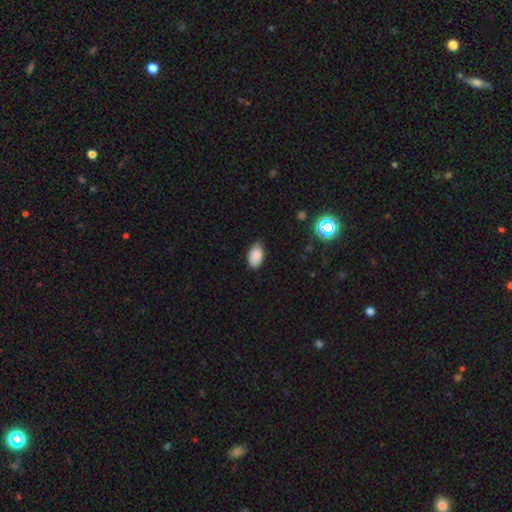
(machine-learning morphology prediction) A smooth galaxy with no disk features (86%) that is in between round and cigar-shaped (93%).

Vote fractions:
- Smooth or featured? smooth: 86% / star or artifact: 8% / featured or disk: 5%
- How rounded? in between: 93% / round: 5% / cigar-shaped: 1%
- Merging? none: 74% / minor disturbance: 22% / major disturbance: 3% / merger: 1%